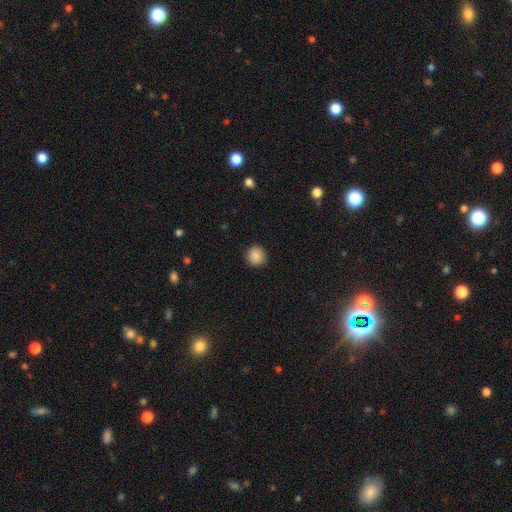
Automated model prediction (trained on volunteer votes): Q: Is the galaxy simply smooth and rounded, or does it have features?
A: smooth — 88%.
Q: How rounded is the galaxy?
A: round — 94%.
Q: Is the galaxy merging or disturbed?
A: none — 91%.